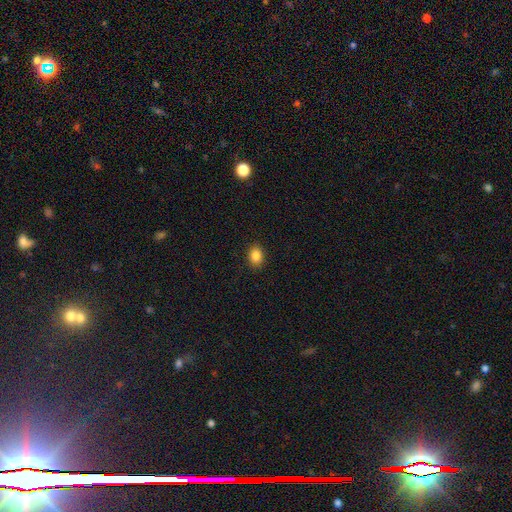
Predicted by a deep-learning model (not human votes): This is clearly a smooth galaxy (85%). How rounded: possibly in between (59%). Merging: clearly none (89%).